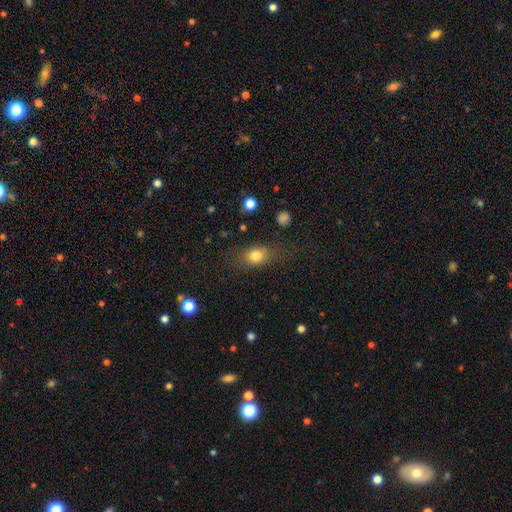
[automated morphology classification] The model was most divided on "how rounded": in between: 55%, round: 40%, cigar-shaped: 5%. More confident: smooth or featured — smooth (79%); merging — none (65%).